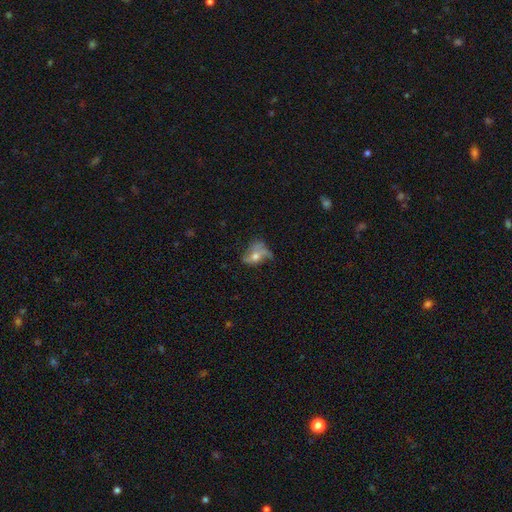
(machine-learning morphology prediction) This appears to be a featured or disk galaxy (47%). Merging: major disturbance (34%).